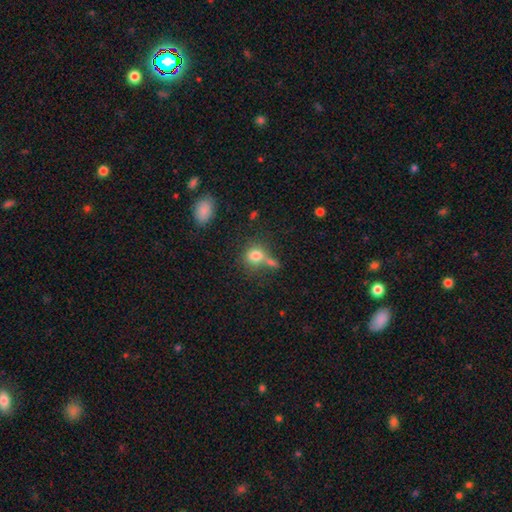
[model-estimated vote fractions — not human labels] Smooth or featured?
  - smooth: 78% *
  - star or artifact: 12%
  - featured or disk: 10%
How rounded?
  - round: 68% *
  - in between: 30%
  - cigar-shaped: 2%
Merging?
  - none: 52% *
  - merger: 26%
  - minor disturbance: 14%
  - major disturbance: 8%